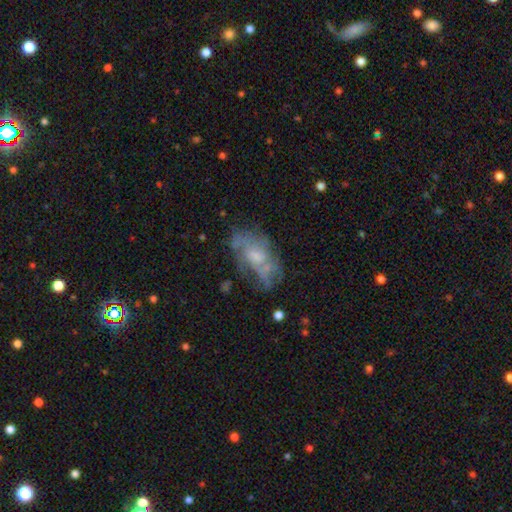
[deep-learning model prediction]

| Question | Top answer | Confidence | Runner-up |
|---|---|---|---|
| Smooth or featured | featured or disk | 57% | smooth (28%) |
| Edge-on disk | no | 92% | yes (8%) |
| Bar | no | 74% | weak (22%) |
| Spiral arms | yes | 57% | no (43%) |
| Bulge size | moderate | 44% | small (38%) |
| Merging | none | 62% | minor disturbance (21%) |